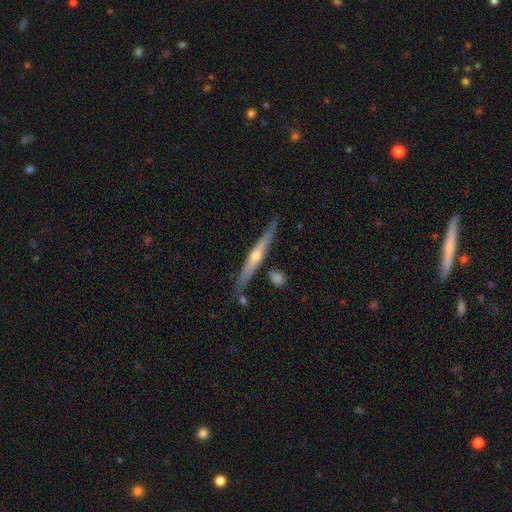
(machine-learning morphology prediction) Q: Smooth or featured?
A: featured or disk (74%); runner-up: smooth (20%)
Q: Edge-on disk?
A: yes (97%); runner-up: no (3%)
Q: Edge-on bulge?
A: rounded (84%); runner-up: none (13%)
Q: Merging?
A: none (86%); runner-up: minor disturbance (9%)